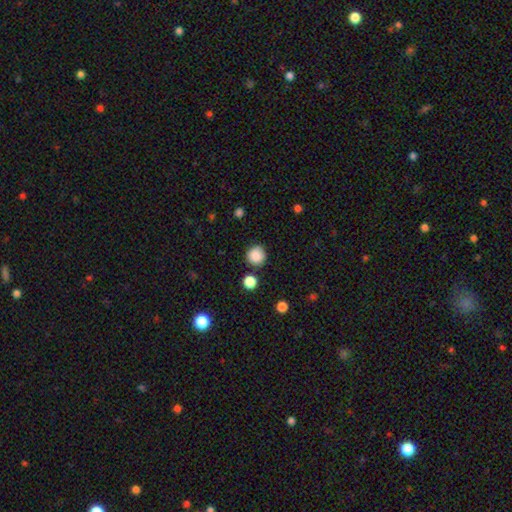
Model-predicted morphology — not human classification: Smooth or featured?
  - smooth: 87% *
  - star or artifact: 10%
  - featured or disk: 3%
How rounded?
  - round: 94% *
  - in between: 5%
  - cigar-shaped: 1%
Merging?
  - none: 84% *
  - minor disturbance: 9%
  - merger: 4%
  - major disturbance: 3%